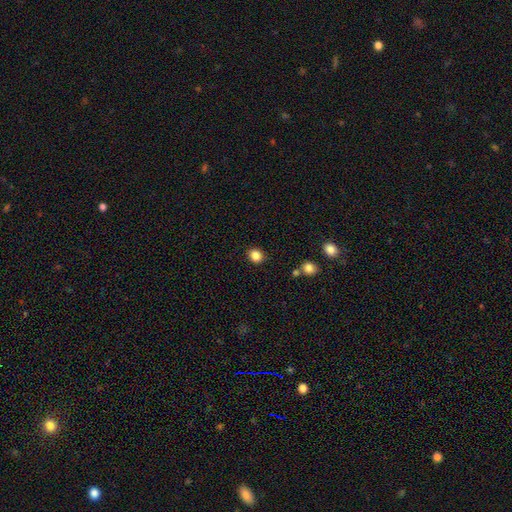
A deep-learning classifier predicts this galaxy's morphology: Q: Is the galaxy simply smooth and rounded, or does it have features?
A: smooth — 85%.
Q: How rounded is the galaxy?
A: round — 73%.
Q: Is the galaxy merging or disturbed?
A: none — 88%.